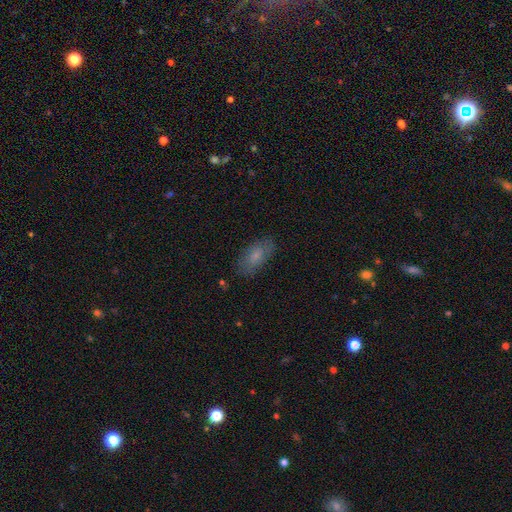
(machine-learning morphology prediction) Smooth or featured?
  - smooth: 71% *
  - featured or disk: 21%
  - star or artifact: 8%
How rounded?
  - in between: 87% *
  - cigar-shaped: 10%
  - round: 3%
Merging?
  - none: 80% *
  - minor disturbance: 15%
  - major disturbance: 4%
  - merger: 1%